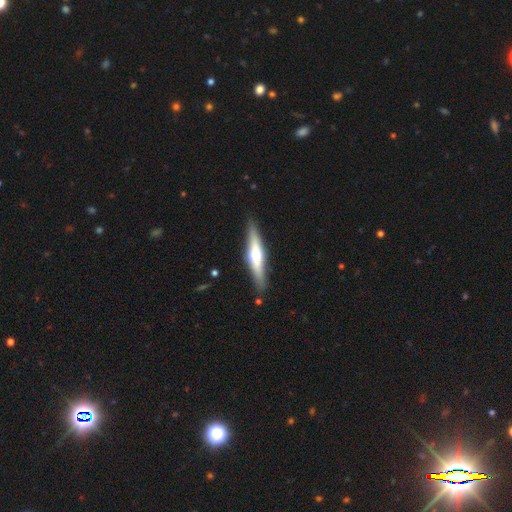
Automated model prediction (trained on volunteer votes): Smooth or featured?
  - featured or disk: 61% *
  - smooth: 33%
  - star or artifact: 5%
Edge-on disk?
  - yes: 94% *
  - no: 6%
Edge-on bulge?
  - rounded: 92% *
  - none: 4%
  - boxy: 4%
Merging?
  - none: 88% *
  - minor disturbance: 9%
  - major disturbance: 2%
  - merger: 2%